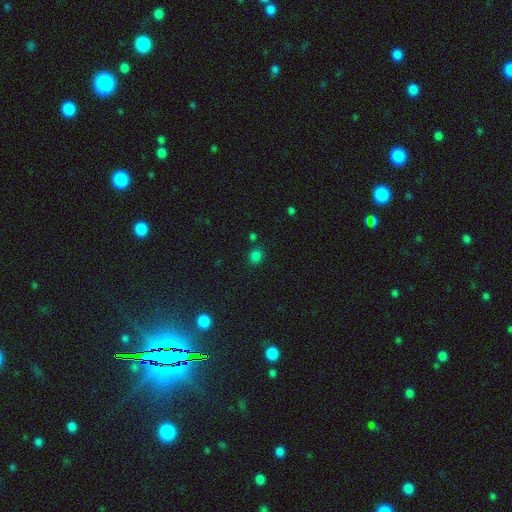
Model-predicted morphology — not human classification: smooth-or-featured: smooth: 76% | star or artifact: 20% | featured or disk: 4%
  how-rounded: round: 73% | in between: 26% | cigar-shaped: 1%
  merging: none: 80% | minor disturbance: 10% | merger: 7% | major disturbance: 3%